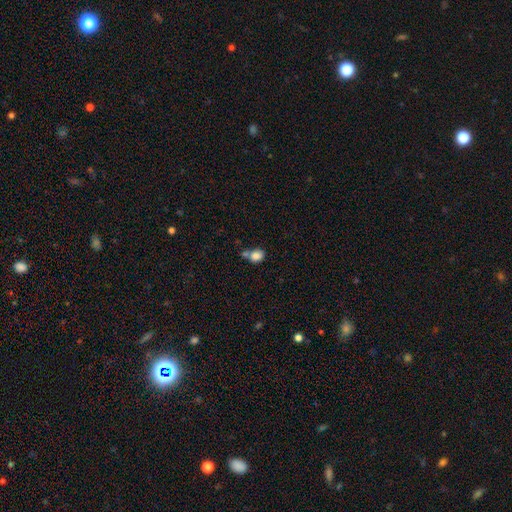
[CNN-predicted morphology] smooth 82%, star or artifact 10%, featured or disk 8%. Down the decision tree: how rounded — in between (53%); merging — none (39%).